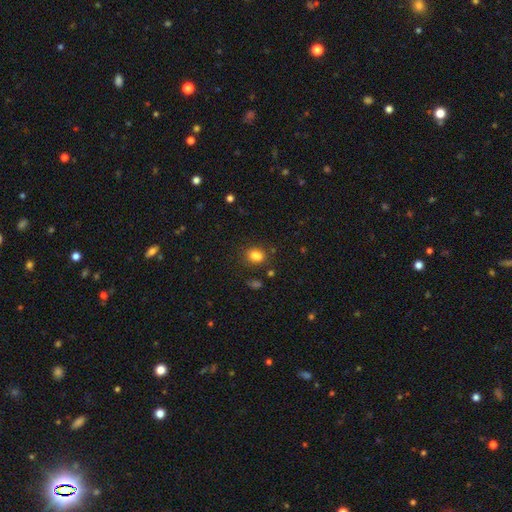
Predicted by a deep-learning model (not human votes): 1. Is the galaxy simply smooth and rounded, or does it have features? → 83% smooth, 12% star or artifact, 5% featured or disk.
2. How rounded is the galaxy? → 62% in between, 37% round, 1% cigar-shaped.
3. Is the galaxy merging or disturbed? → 76% none, 14% minor disturbance, 5% merger, 4% major disturbance.